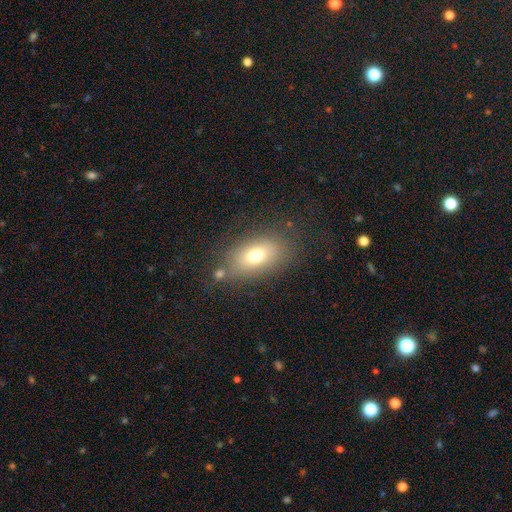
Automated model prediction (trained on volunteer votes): smooth_or_featured: smooth (p=0.72) [alt: featured or disk p=0.17]
how_rounded: in between (p=0.84) [alt: round p=0.12]
merging: none (p=0.73) [alt: minor disturbance p=0.14]